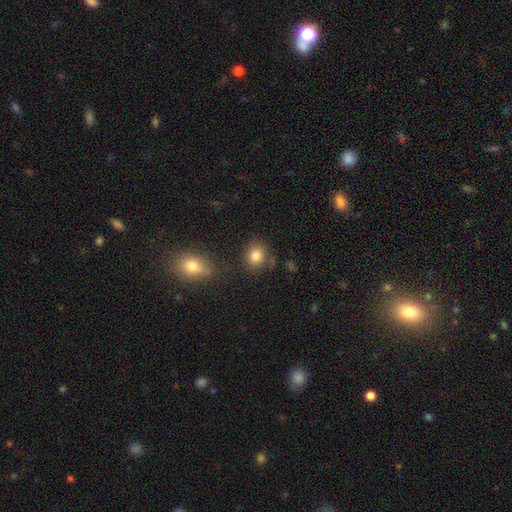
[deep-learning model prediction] A smooth galaxy with no disk features (84%) that is round (68%). Merging: none (75%).